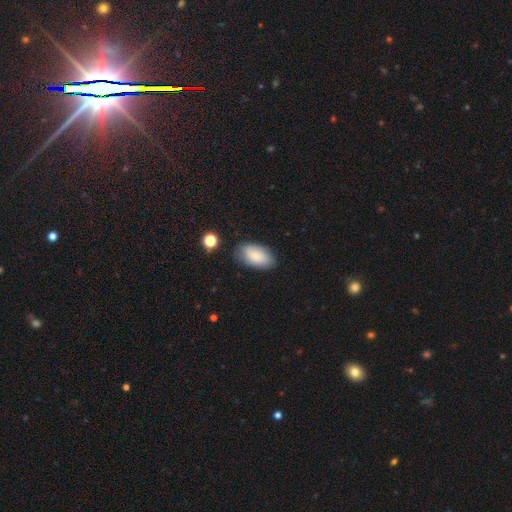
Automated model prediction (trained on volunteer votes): A smooth galaxy with no disk features (84%) that is in between round and cigar-shaped (94%).

Vote fractions:
- Smooth or featured? smooth: 84% / featured or disk: 9% / star or artifact: 7%
- How rounded? in between: 94% / round: 3% / cigar-shaped: 2%
- Merging? none: 78% / minor disturbance: 16% / major disturbance: 4% / merger: 2%